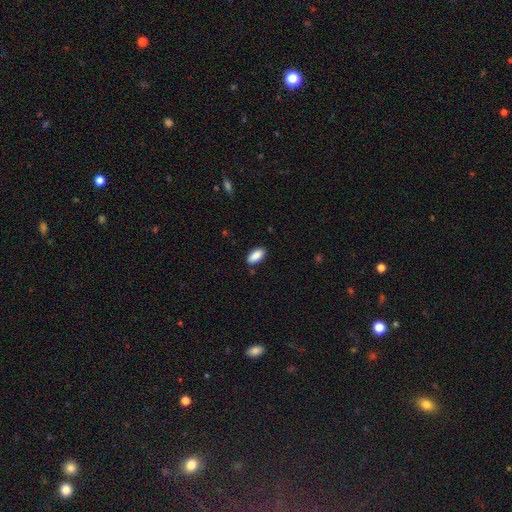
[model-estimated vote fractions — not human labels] This is clearly a smooth galaxy (89%). How rounded: clearly in between (90%). Merging: clearly none (86%).